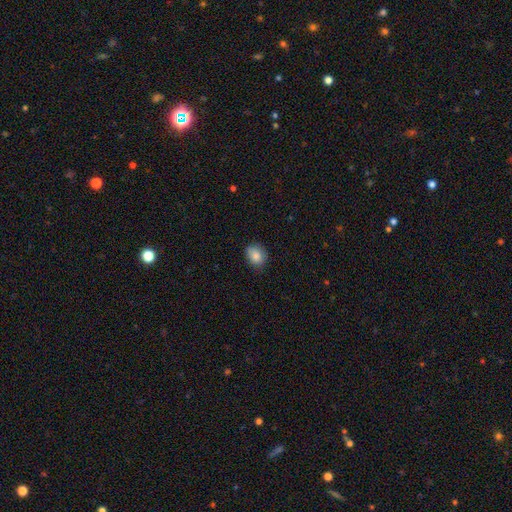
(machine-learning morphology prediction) This appears to be a smooth galaxy with no disk features (86%) that is in between round and cigar-shaped (52%). Merging: none (77%).